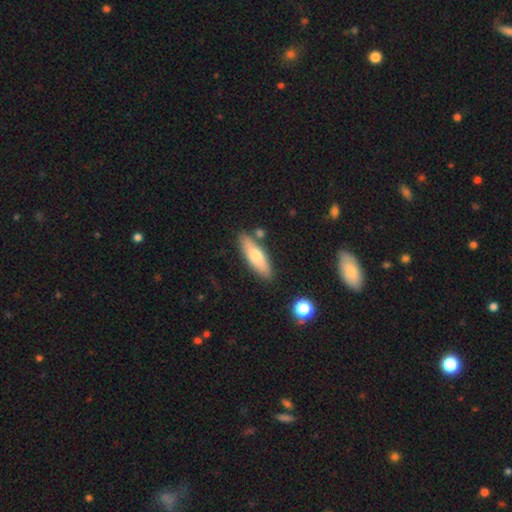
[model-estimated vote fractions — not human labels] Morphology: type=smooth (64%); roundness=cigar-shaped (54%); merging=none (81%).